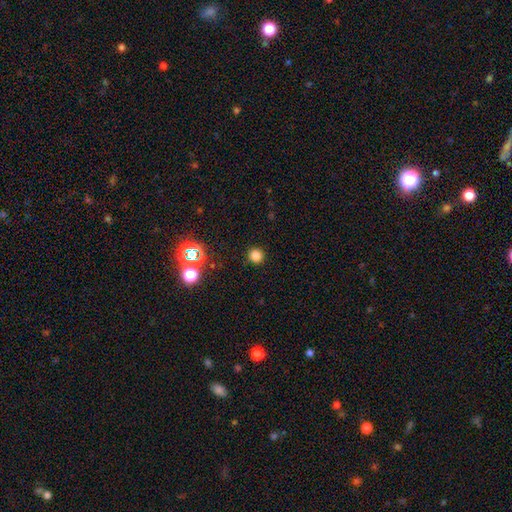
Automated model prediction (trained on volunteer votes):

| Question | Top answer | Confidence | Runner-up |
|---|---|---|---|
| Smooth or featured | smooth | 79% | star or artifact (17%) |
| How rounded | round | 94% | in between (5%) |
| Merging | none | 91% | minor disturbance (5%) |